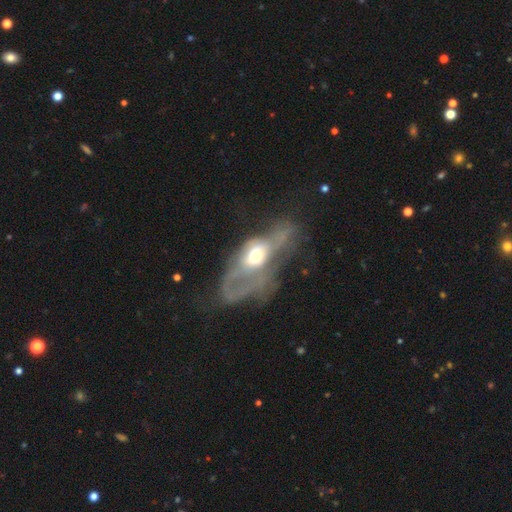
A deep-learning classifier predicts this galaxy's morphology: Smooth or featured?
  - featured or disk: 56% *
  - smooth: 35%
  - star or artifact: 9%
Edge-on disk?
  - no: 88% *
  - yes: 12%
Merging?
  - major disturbance: 67% *
  - none: 13%
  - minor disturbance: 12%
  - merger: 8%